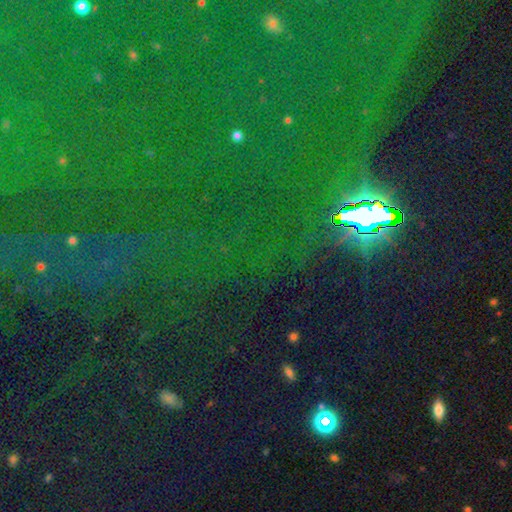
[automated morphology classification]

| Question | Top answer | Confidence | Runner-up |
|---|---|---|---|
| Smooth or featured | star or artifact | 86% | smooth (8%) |